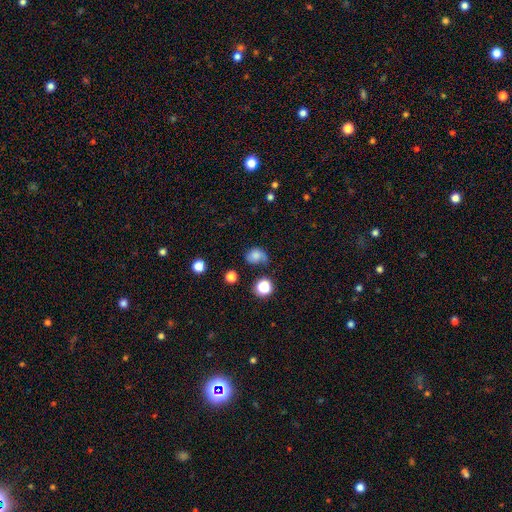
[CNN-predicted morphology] Smooth or featured? Predicted: smooth (p=0.71). How rounded? Predicted: round (p=0.53). Merging? Predicted: none (p=0.41).